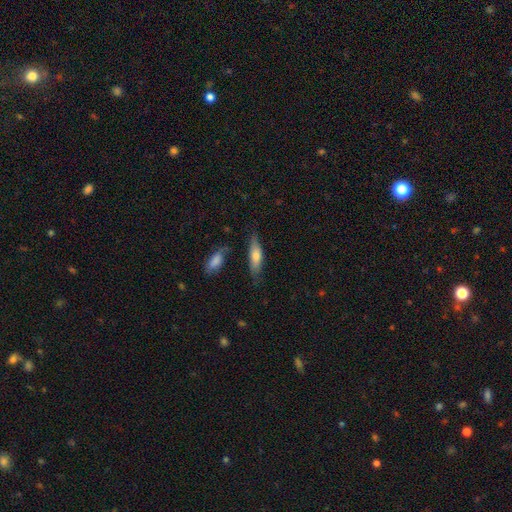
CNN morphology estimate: smooth 66%, featured or disk 28%, star or artifact 6%. Down the decision tree: how rounded — cigar-shaped (54%); merging — none (71%).